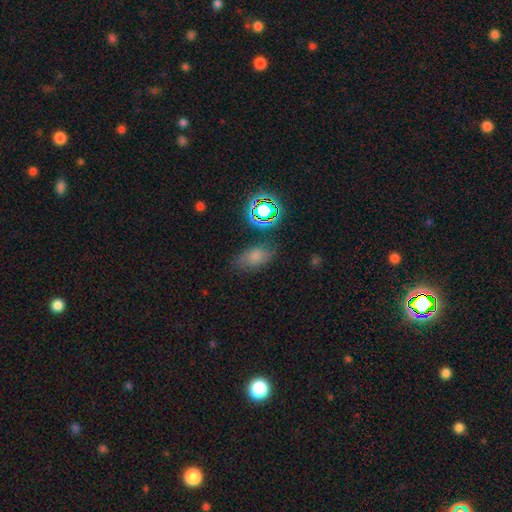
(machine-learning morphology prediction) Q: Smooth or featured?
A: smooth (66%); runner-up: star or artifact (20%)
Q: How rounded?
A: in between (88%); runner-up: round (10%)
Q: Merging?
A: none (71%); runner-up: minor disturbance (20%)